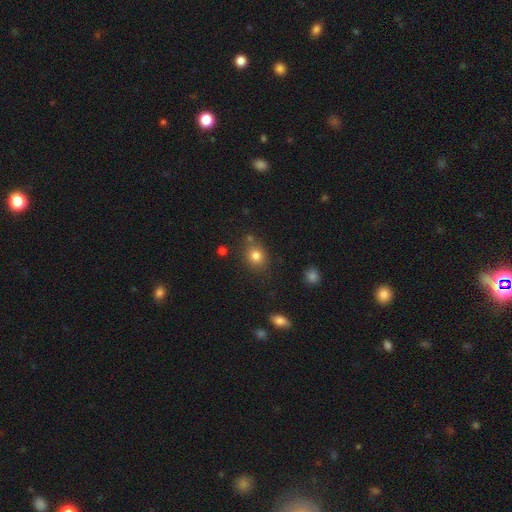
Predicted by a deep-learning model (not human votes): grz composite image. It shows a smooth galaxy with no disk features (80%) that is round (68%). Merging: none (76%).